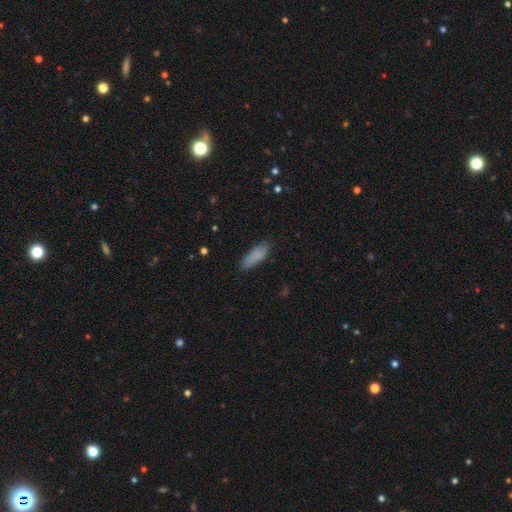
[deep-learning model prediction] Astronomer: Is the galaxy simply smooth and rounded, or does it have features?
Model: smooth — 85%.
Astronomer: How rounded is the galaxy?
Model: in between — 64%.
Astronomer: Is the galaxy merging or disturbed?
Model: none — 80%.